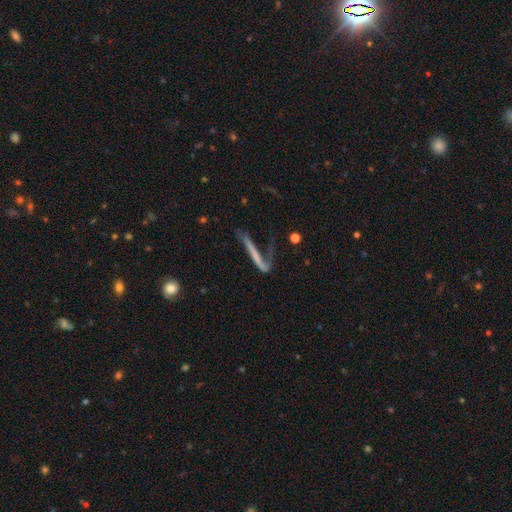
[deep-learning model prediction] A featured or disk galaxy (50%).

Vote fractions:
- Smooth or featured? featured or disk: 50% / smooth: 40% / star or artifact: 10%
- Merging? major disturbance: 38% / none: 34% / minor disturbance: 19% / merger: 8%